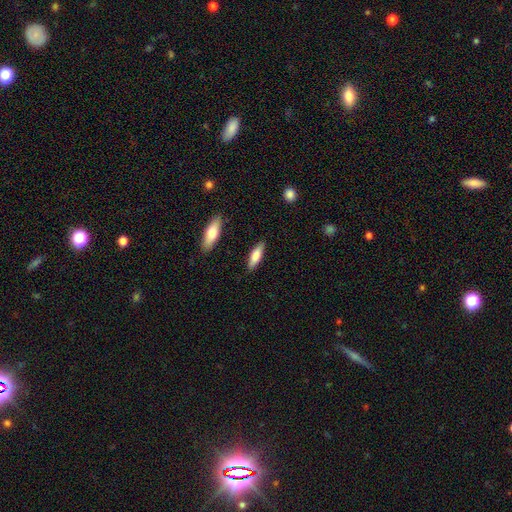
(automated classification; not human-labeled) Smooth or featured: smooth — 73% (featured or disk — 21%)
How rounded: cigar-shaped — 52% (in between — 47%)
Merging: none — 85% (minor disturbance — 11%)